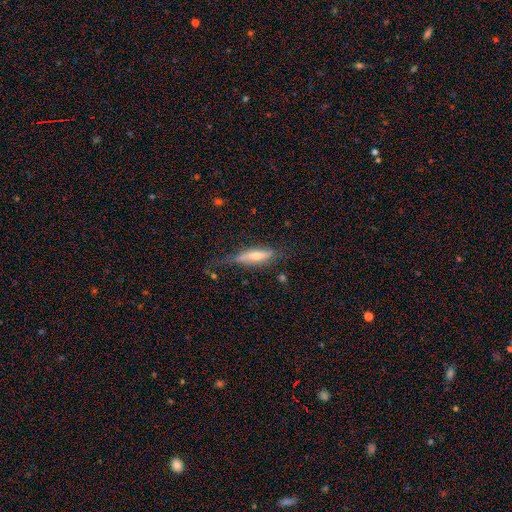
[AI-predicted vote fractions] Smooth or featured? featured or disk (51%)
Edge-on disk? yes (68%)
Merging? none (50%)